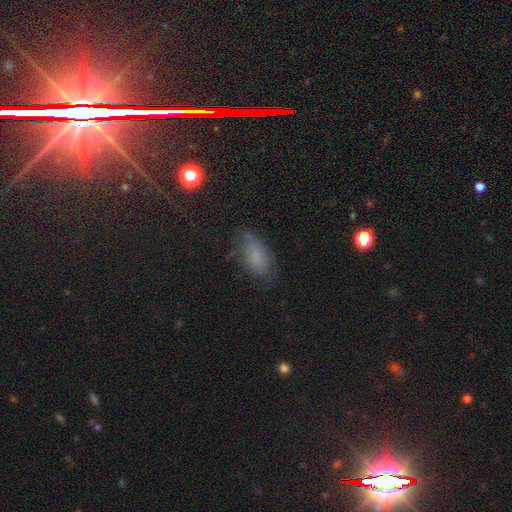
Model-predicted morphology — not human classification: Q: Smooth or featured?
A: smooth (67%); runner-up: star or artifact (17%)
Q: How rounded?
A: in between (89%); runner-up: round (7%)
Q: Merging?
A: none (58%); runner-up: minor disturbance (27%)